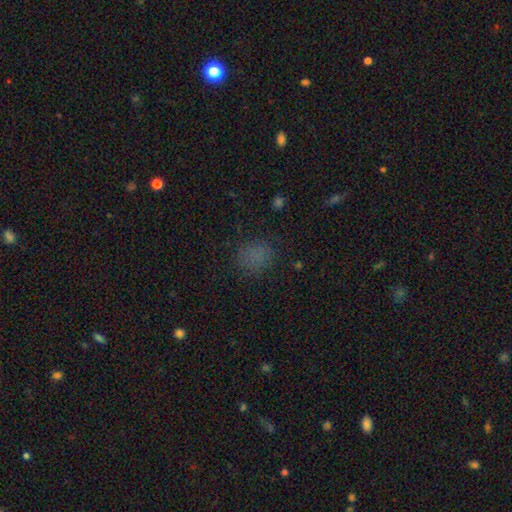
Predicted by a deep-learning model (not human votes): Smooth or featured? smooth (74%)
How rounded? round (68%)
Merging? none (80%)